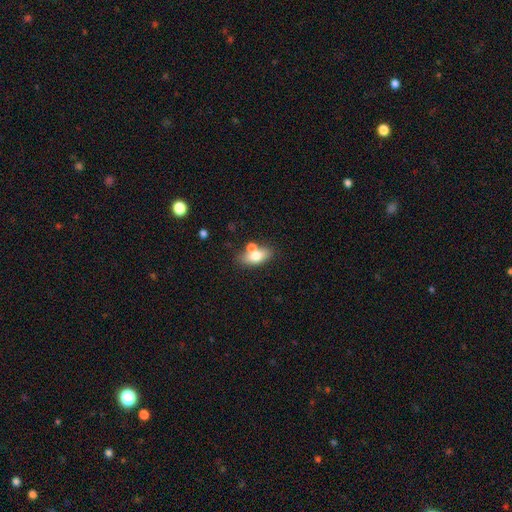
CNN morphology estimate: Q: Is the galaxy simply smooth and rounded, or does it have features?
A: smooth — 70%.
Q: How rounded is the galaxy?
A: in between — 82%.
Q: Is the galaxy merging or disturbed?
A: none — 55%.